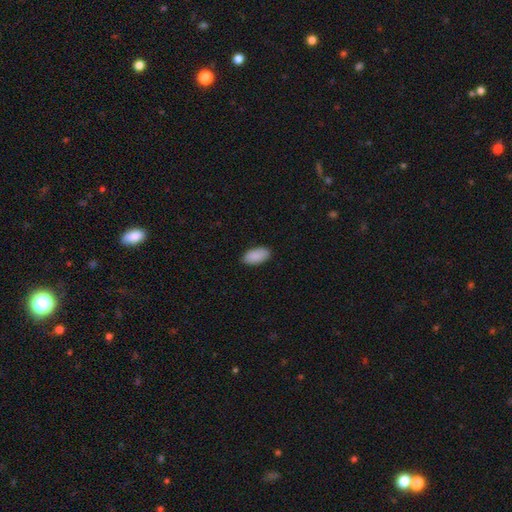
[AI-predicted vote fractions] Morphology: type=smooth (90%); roundness=in between (95%); merging=none (87%).